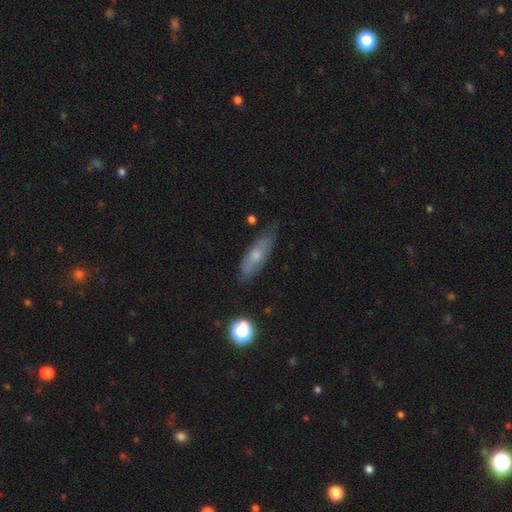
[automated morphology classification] The model was most divided on "how rounded": in between: 49%, cigar-shaped: 47%, round: 4%. More confident: merging — none (70%); smooth or featured — smooth (56%).